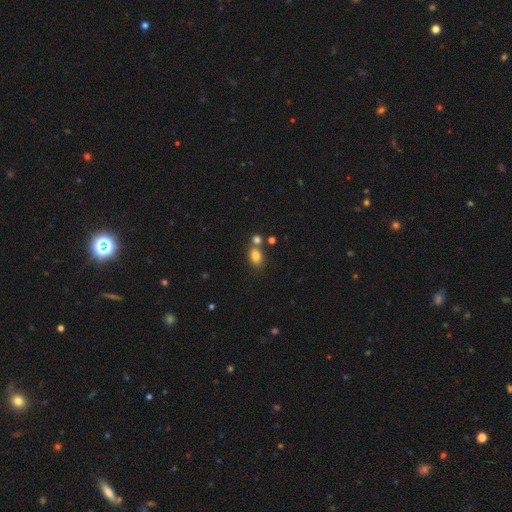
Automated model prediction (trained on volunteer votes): Smooth or featured? Predicted: smooth (p=0.81). How rounded? Predicted: in between (p=0.78). Merging? Predicted: none (p=0.57).